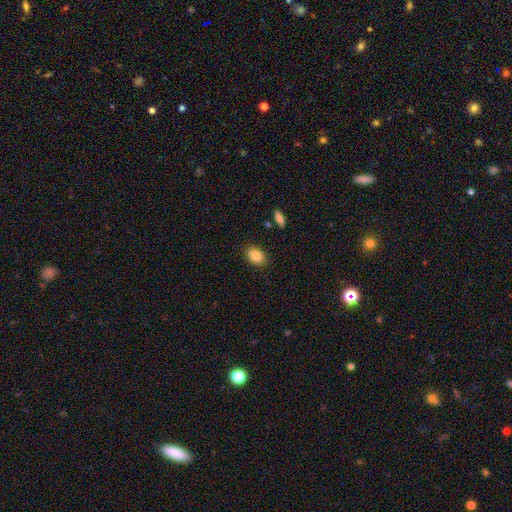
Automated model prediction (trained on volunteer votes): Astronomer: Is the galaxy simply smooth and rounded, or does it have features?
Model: smooth — 86%.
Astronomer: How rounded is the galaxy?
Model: in between — 75%.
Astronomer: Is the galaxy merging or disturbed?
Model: none — 87%.